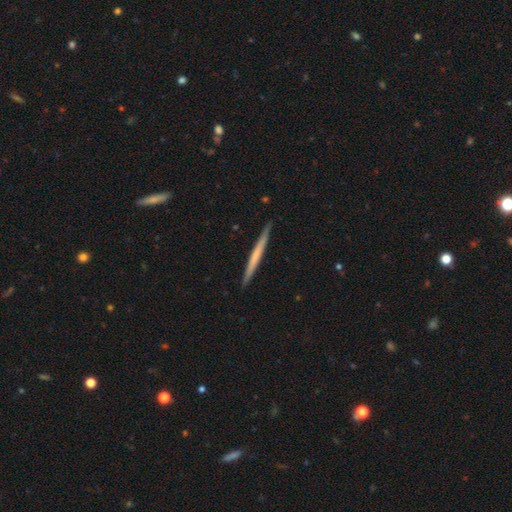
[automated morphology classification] This is possibly a smooth galaxy (48%). Merging: clearly none (91%).